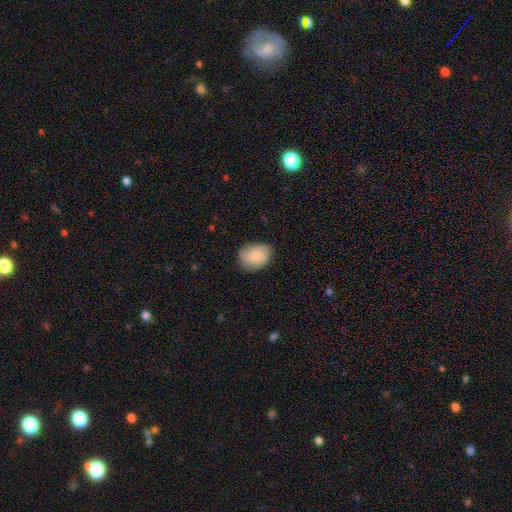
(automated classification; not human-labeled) smooth_or_featured: smooth (p=0.70) [alt: featured or disk p=0.23]
how_rounded: in between (p=0.58) [alt: round p=0.41]
merging: none (p=0.75) [alt: minor disturbance p=0.20]